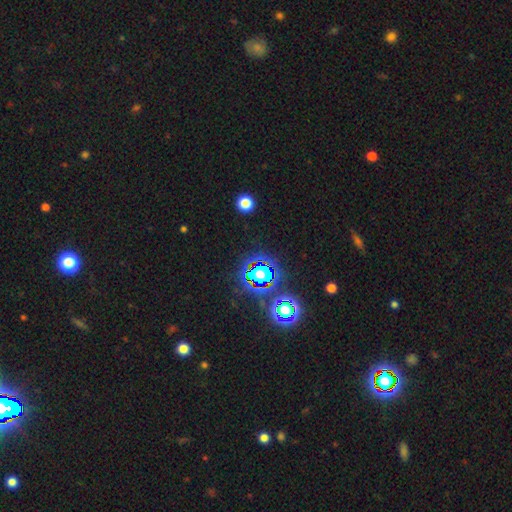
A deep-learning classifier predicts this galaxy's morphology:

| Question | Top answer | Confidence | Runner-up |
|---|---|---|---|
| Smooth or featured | star or artifact | 82% | smooth (11%) |